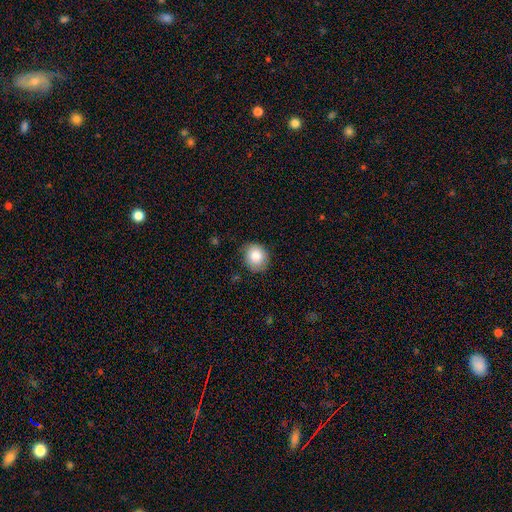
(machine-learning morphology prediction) Smooth or featured? Predicted: smooth (p=0.83). How rounded? Predicted: round (p=0.74). Merging? Predicted: none (p=0.80).